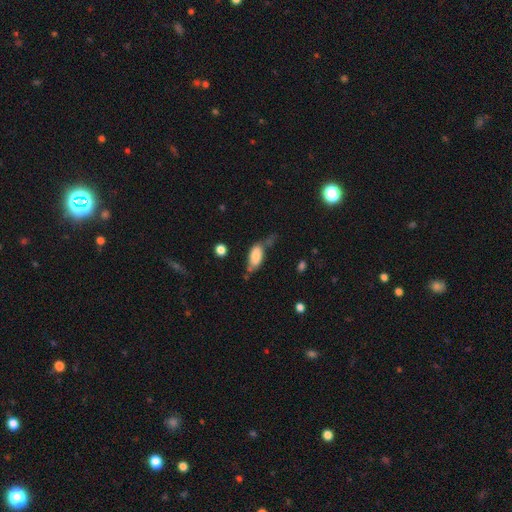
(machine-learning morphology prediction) Q: Smooth or featured?
A: smooth (77%); runner-up: featured or disk (16%)
Q: How rounded?
A: in between (87%); runner-up: cigar-shaped (10%)
Q: Merging?
A: none (40%); runner-up: minor disturbance (30%)